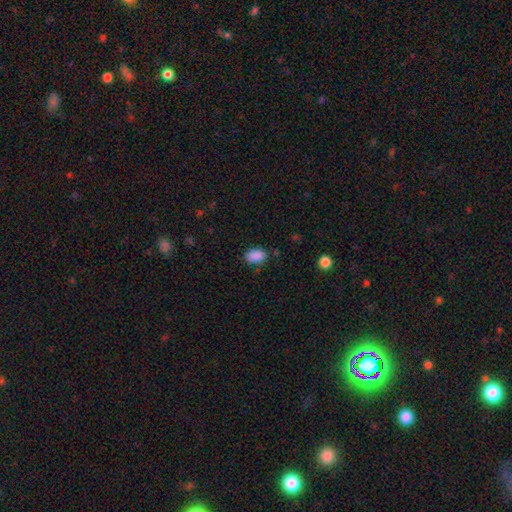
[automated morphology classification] This is clearly a smooth galaxy (88%). How rounded: clearly in between (88%). Merging: likely none (78%).